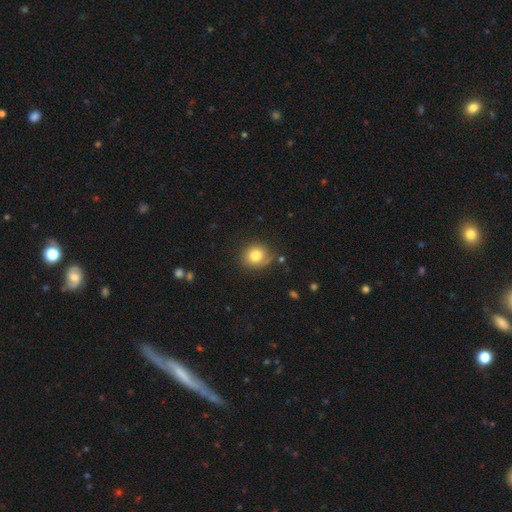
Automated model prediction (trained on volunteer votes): This appears to be a smooth galaxy with no disk features (80%) that is round (73%). Merging: none (73%).